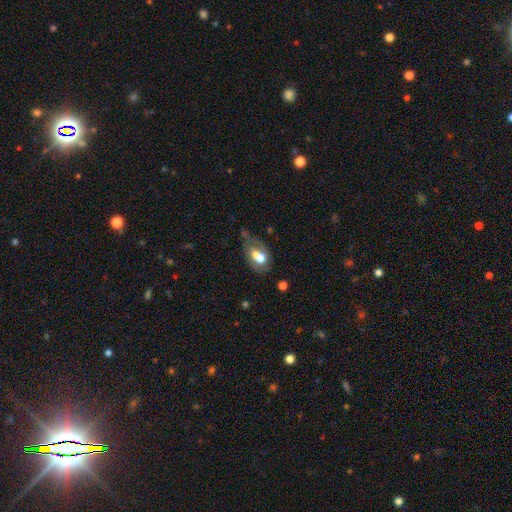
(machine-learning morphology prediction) This appears to be a smooth galaxy with no disk features (52%) that is in between round and cigar-shaped (79%). Merging: merger (38%).